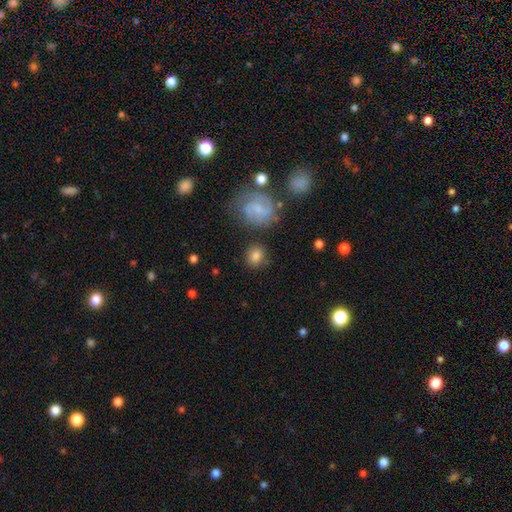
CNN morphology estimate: Smooth or featured? Predicted: smooth (p=0.79). How rounded? Predicted: round (p=0.66). Merging? Predicted: none (p=0.78).